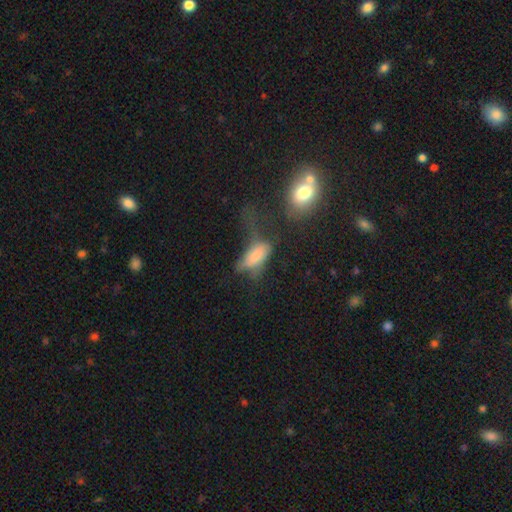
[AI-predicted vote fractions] Morphology: type=smooth (69%); roundness=in between (80%); merging=major disturbance (44%).